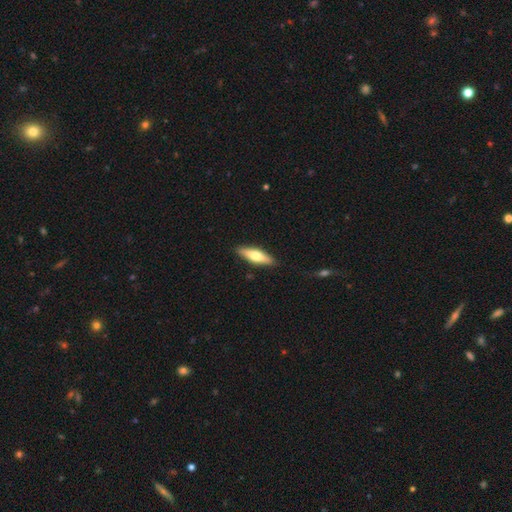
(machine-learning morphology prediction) smooth_or_featured: smooth (p=0.56) [alt: featured or disk p=0.38]
how_rounded: cigar-shaped (p=0.59) [alt: in between p=0.39]
merging: none (p=0.88) [alt: minor disturbance p=0.09]